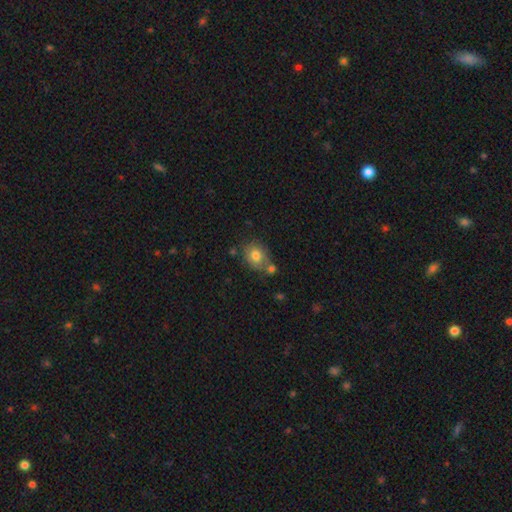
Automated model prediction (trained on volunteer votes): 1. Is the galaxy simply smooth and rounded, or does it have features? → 76% smooth, 15% featured or disk, 9% star or artifact.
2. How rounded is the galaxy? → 55% round, 44% in between, 1% cigar-shaped.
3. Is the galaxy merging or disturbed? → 54% none, 24% merger, 17% minor disturbance, 5% major disturbance.